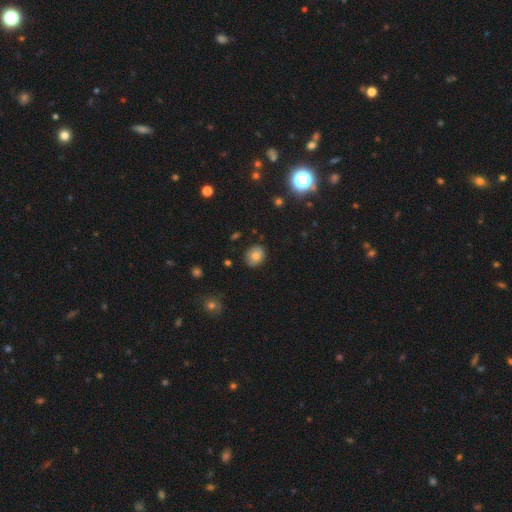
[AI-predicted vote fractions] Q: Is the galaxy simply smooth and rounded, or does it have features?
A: smooth — 76%.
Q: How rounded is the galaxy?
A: round — 67%.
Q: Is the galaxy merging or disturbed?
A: none — 85%.